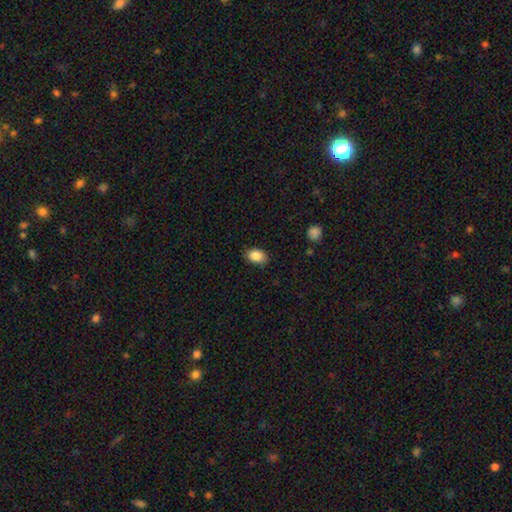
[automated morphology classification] Smooth or featured: smooth — 87% (star or artifact — 8%)
How rounded: in between — 81% (round — 18%)
Merging: none — 82% (minor disturbance — 14%)